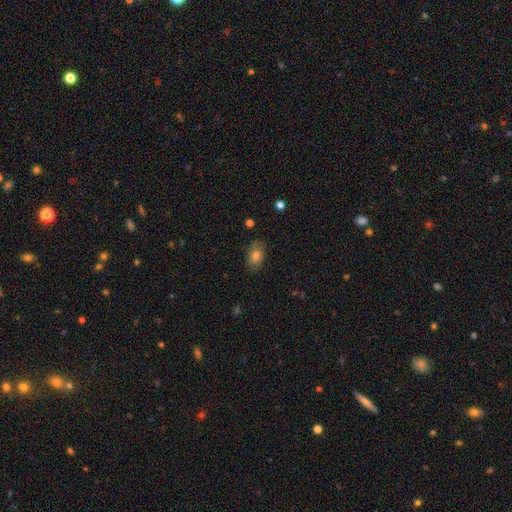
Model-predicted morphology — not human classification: smooth 74%, featured or disk 16%, star or artifact 10%. Down the decision tree: how rounded — in between (87%); merging — none (80%).